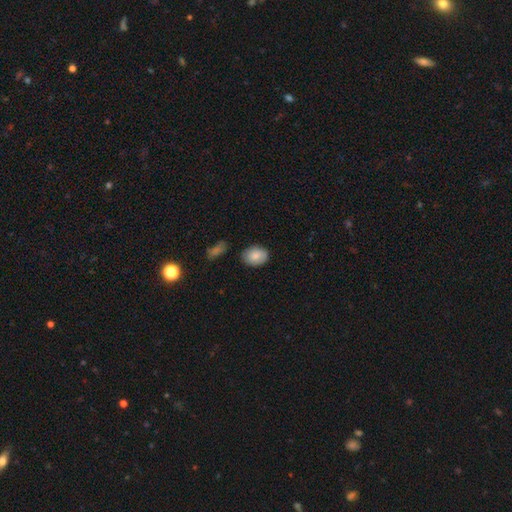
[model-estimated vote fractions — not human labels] A smooth galaxy with no disk features (84%) that is in between round and cigar-shaped (75%).

Vote fractions:
- Smooth or featured? smooth: 84% / featured or disk: 9% / star or artifact: 7%
- How rounded? in between: 75% / round: 24% / cigar-shaped: 1%
- Merging? none: 81% / minor disturbance: 14% / major disturbance: 3% / merger: 3%